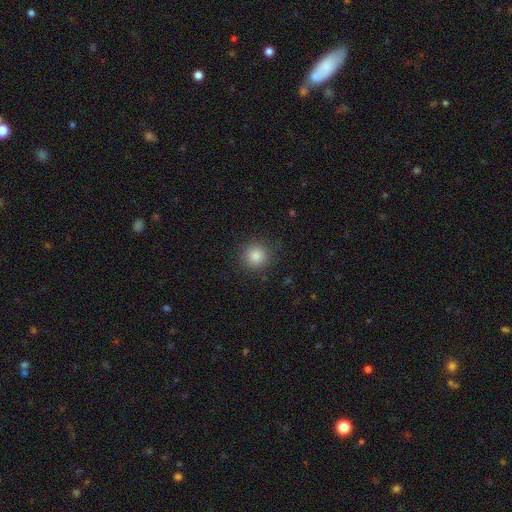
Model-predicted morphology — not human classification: Smooth or featured: smooth — 84% (star or artifact — 11%)
How rounded: round — 93% (in between — 6%)
Merging: none — 90% (minor disturbance — 7%)